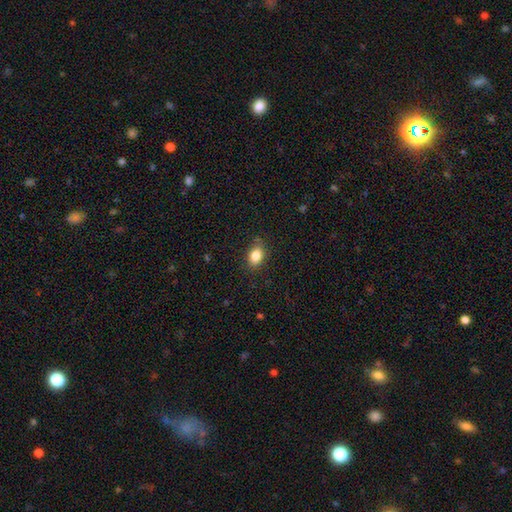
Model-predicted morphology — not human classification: This appears to be a smooth galaxy with no disk features (85%) that is in between round and cigar-shaped (78%). Merging: none (85%).